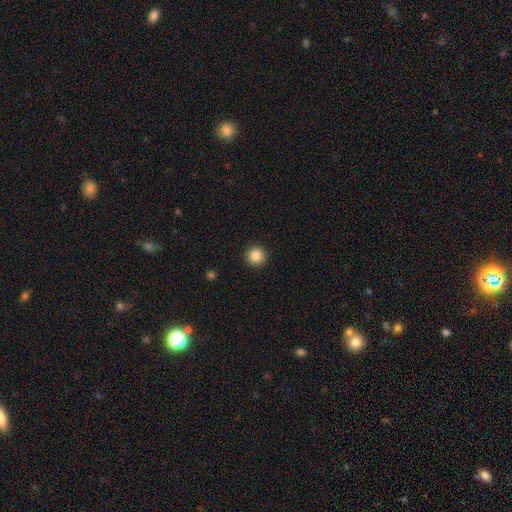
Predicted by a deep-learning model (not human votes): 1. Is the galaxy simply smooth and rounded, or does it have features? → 85% smooth, 10% star or artifact, 5% featured or disk.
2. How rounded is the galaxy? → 96% round, 3% in between, 1% cigar-shaped.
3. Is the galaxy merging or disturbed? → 93% none, 4% minor disturbance, 2% major disturbance, 1% merger.